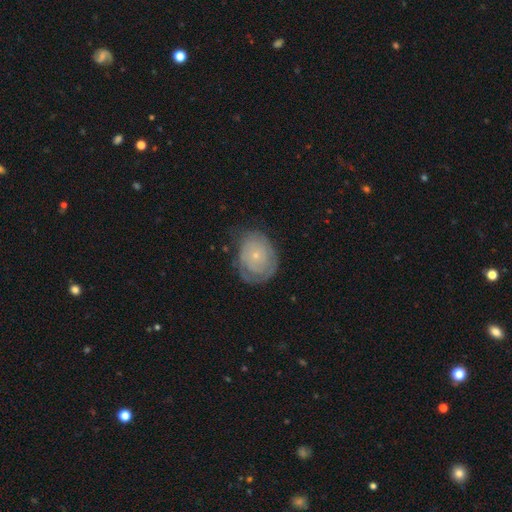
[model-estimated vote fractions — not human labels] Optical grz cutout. It shows a featured or disk galaxy (58%) with no bar (87%), spiral arms (72%) and a small central bulge (83%). Merging: none (62%).